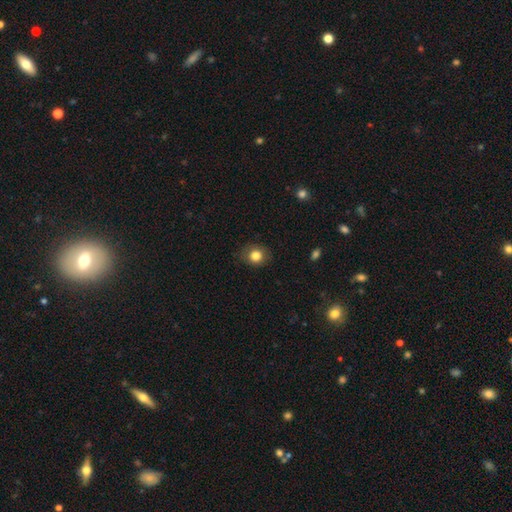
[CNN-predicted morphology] Overall: smooth (82%). How rounded: round (74%). Merging: none (82%).